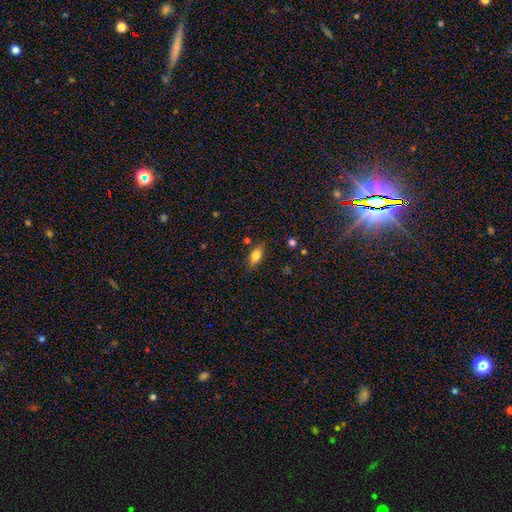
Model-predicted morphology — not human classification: This appears to be a smooth galaxy with no disk features (80%) that is in between round and cigar-shaped (86%). Merging: none (81%).